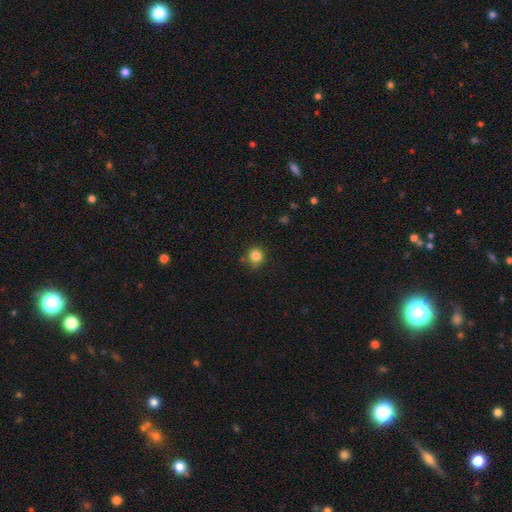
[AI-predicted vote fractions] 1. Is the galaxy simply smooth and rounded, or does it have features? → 84% smooth, 12% star or artifact, 5% featured or disk.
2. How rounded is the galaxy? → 91% round, 8% in between, 1% cigar-shaped.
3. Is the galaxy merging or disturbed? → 80% none, 14% minor disturbance, 3% merger, 3% major disturbance.